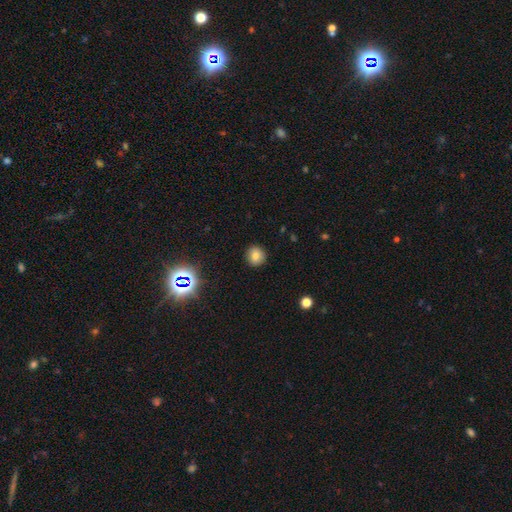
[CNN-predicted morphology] Smooth or featured? smooth (77%)
How rounded? round (91%)
Merging? none (90%)